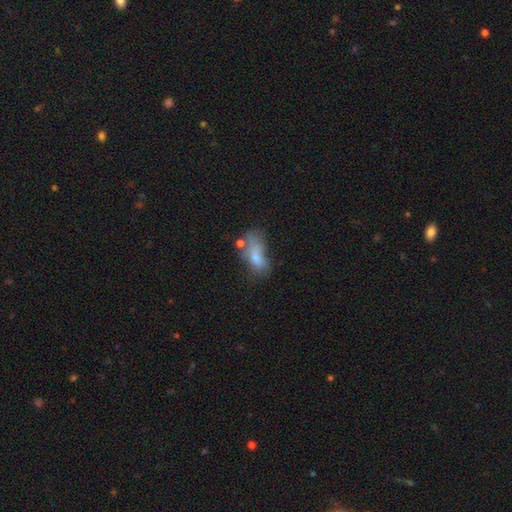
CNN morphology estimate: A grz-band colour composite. It shows a smooth galaxy with no disk features (65%) that is in between round and cigar-shaped (85%). Merging: major disturbance (32%).